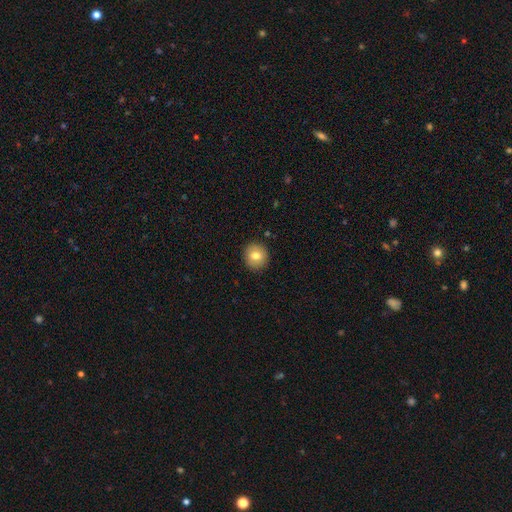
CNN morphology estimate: Smooth or featured? Predicted: smooth (p=0.77). How rounded? Predicted: round (p=0.90). Merging? Predicted: none (p=0.91).